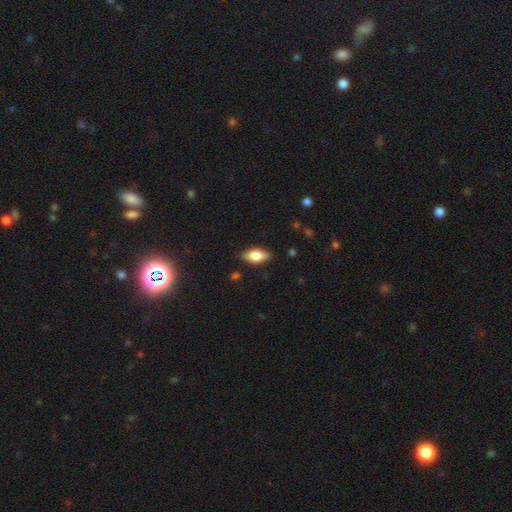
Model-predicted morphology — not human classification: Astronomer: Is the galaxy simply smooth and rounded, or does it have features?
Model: smooth — 73%.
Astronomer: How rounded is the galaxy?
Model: in between — 88%.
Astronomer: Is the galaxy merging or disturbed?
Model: none — 86%.